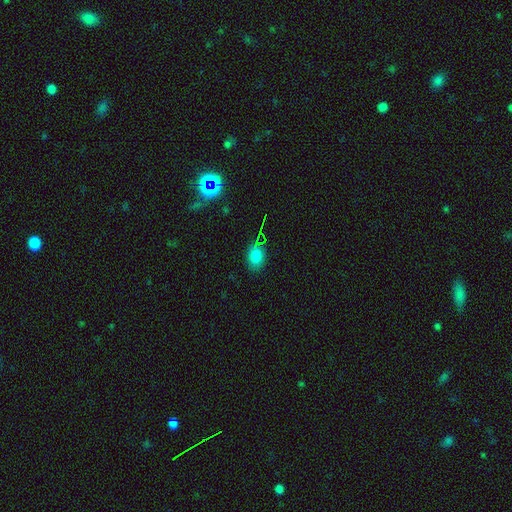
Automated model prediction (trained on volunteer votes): smooth_or_featured: smooth (p=0.75) [alt: star or artifact p=0.17]
how_rounded: in between (p=0.66) [alt: round p=0.32]
merging: none (p=0.79) [alt: minor disturbance p=0.14]